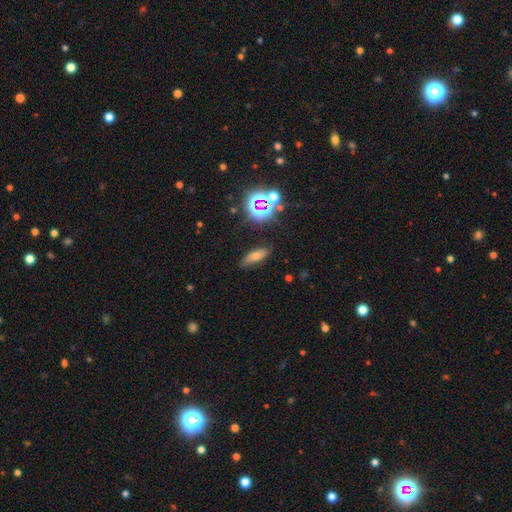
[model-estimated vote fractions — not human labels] A smooth galaxy with no disk features (49%). Merging: none (80%).